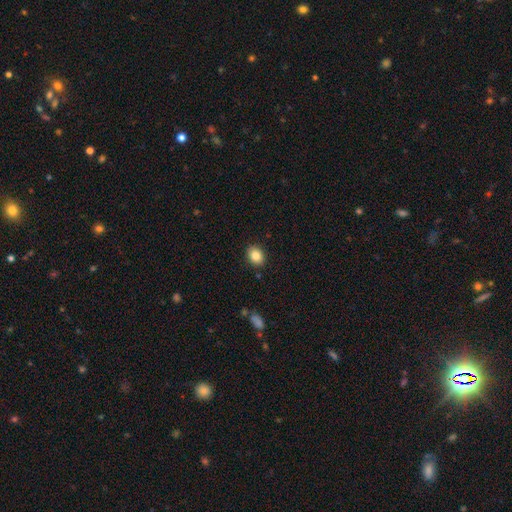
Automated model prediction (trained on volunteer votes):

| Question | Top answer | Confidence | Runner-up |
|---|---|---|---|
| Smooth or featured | smooth | 85% | star or artifact (9%) |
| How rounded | in between | 57% | round (42%) |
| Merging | none | 89% | minor disturbance (8%) |